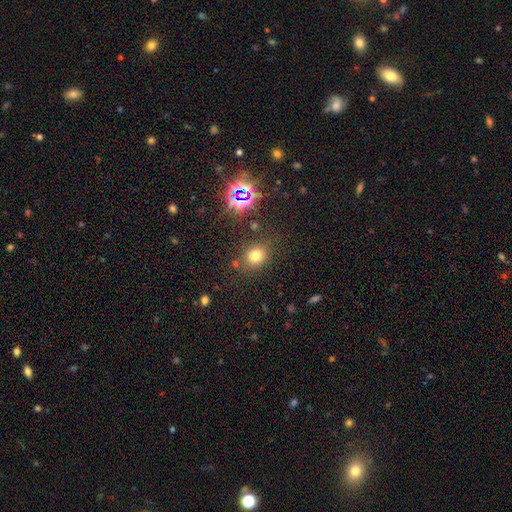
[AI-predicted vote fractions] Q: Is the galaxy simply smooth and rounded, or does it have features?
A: smooth — 70%.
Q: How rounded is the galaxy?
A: round — 72%.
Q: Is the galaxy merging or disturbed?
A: none — 78%.